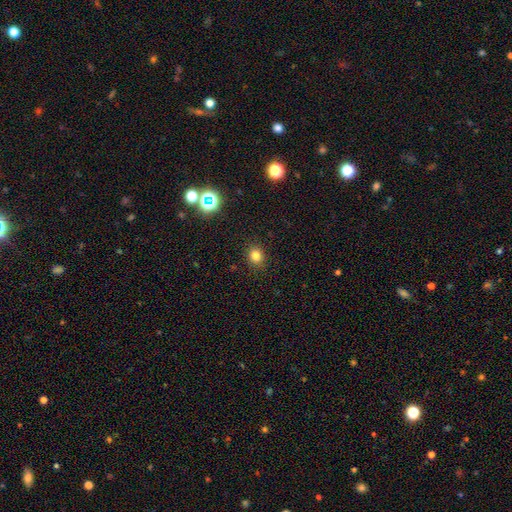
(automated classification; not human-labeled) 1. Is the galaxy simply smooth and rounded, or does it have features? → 79% smooth, 15% star or artifact, 6% featured or disk.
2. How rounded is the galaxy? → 75% round, 24% in between, 1% cigar-shaped.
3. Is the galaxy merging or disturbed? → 90% none, 7% minor disturbance, 2% major disturbance, 1% merger.